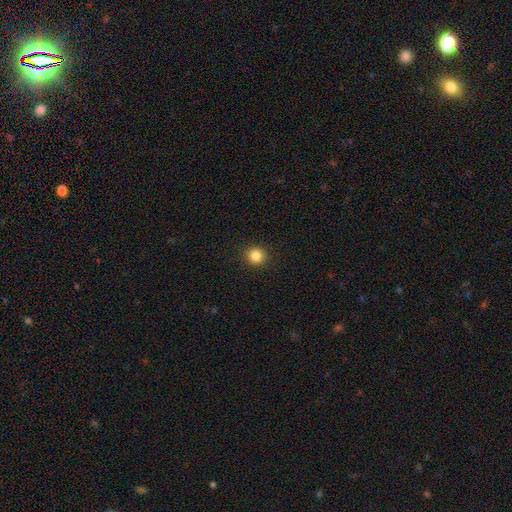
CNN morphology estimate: Smooth or featured? Predicted: smooth (p=0.84). How rounded? Predicted: round (p=0.90). Merging? Predicted: none (p=0.92).